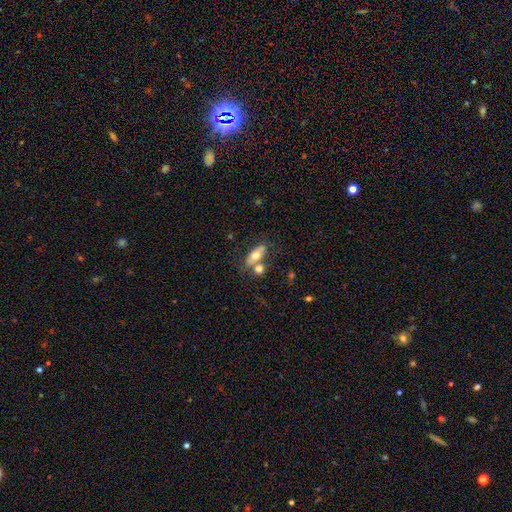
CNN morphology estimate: smooth_or_featured: smooth (p=0.63) [alt: featured or disk p=0.30]
how_rounded: in between (p=0.79) [alt: cigar-shaped p=0.15]
merging: none (p=0.55) [alt: merger p=0.26]